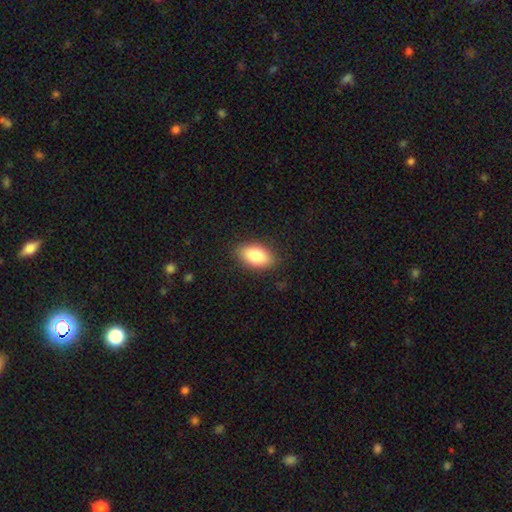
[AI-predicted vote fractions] This appears to be a smooth galaxy with no disk features (86%) that is in between round and cigar-shaped (93%). Merging: none (87%).